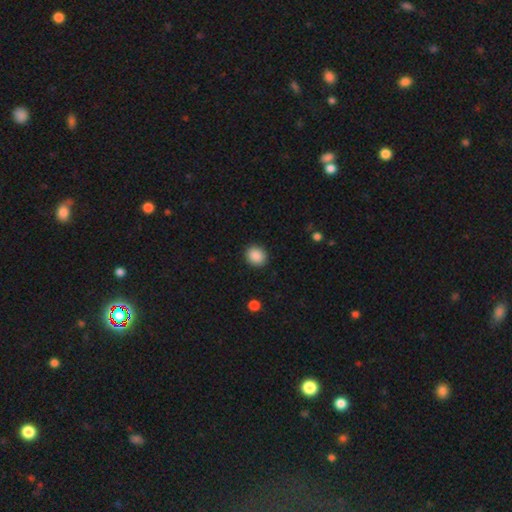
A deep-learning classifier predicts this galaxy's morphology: Smooth or featured? Predicted: smooth (p=0.89). How rounded? Predicted: round (p=0.76). Merging? Predicted: none (p=0.91).